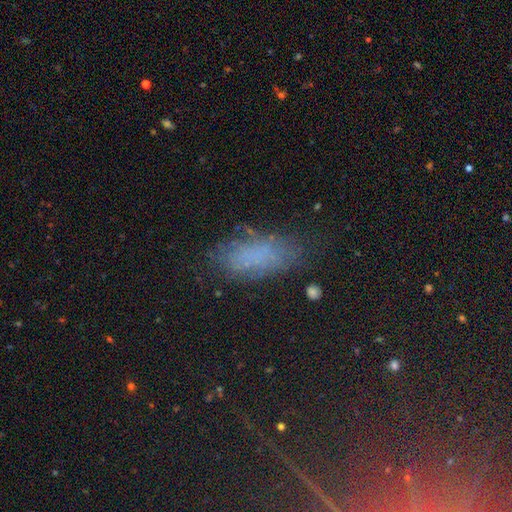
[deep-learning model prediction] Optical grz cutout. It shows a smooth galaxy with no disk features (57%) that is in between round and cigar-shaped (86%). Merging: none (63%).